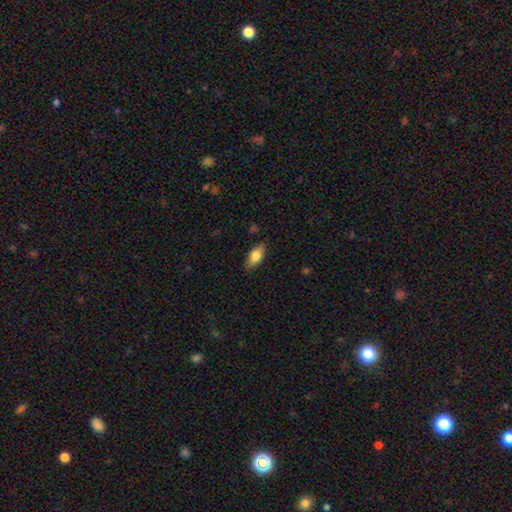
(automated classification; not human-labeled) smooth_or_featured: smooth (p=0.79) [alt: featured or disk p=0.14]
how_rounded: in between (p=0.85) [alt: cigar-shaped p=0.11]
merging: none (p=0.85) [alt: minor disturbance p=0.11]